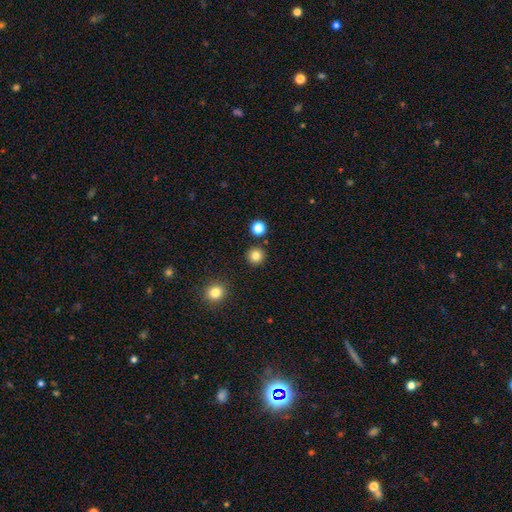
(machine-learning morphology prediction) type=smooth (83%); roundness=round (95%); merging=none (91%).